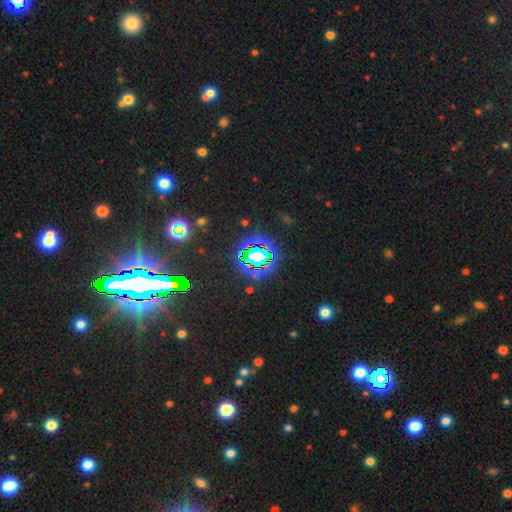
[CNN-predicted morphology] smooth_or_featured: star or artifact (p=0.74) [alt: smooth p=0.15]